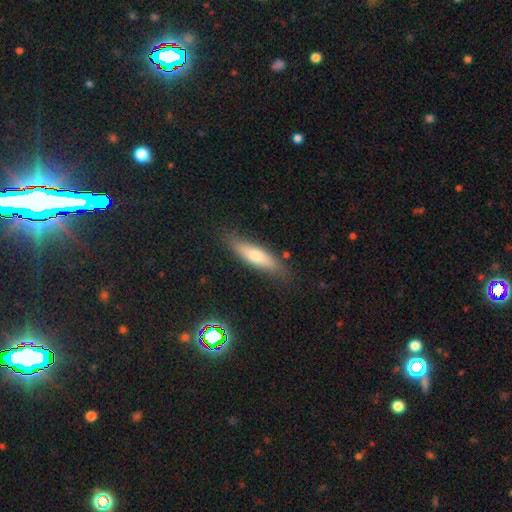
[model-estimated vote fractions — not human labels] The model was most divided on "smooth or featured": smooth: 62%, featured or disk: 30%, star or artifact: 7%. More confident: merging — none (81%); how rounded — cigar-shaped (69%).